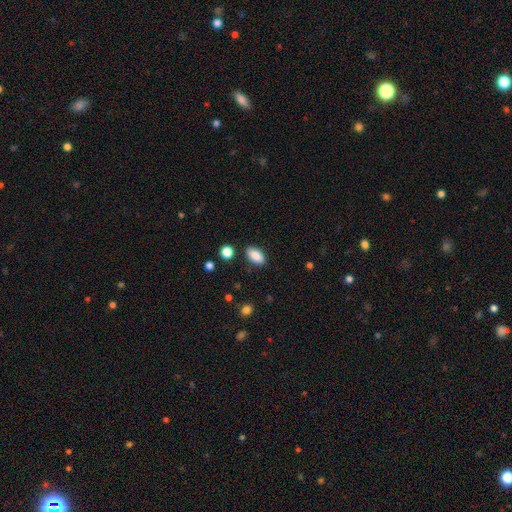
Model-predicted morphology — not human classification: A smooth galaxy with no disk features (88%) that is in between round and cigar-shaped (92%). Merging: none (86%).